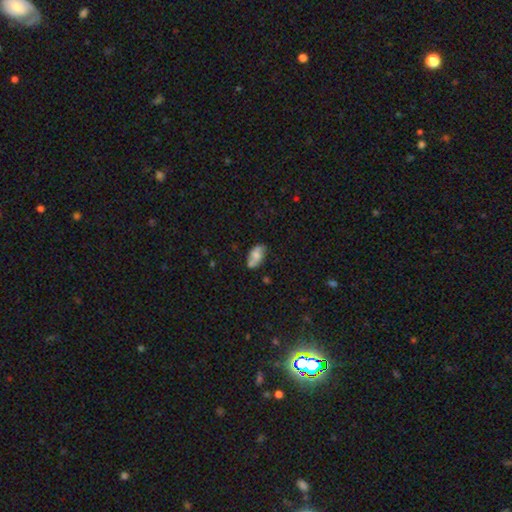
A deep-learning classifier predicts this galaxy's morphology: type=smooth (65%); roundness=in between (90%); merging=none (59%).